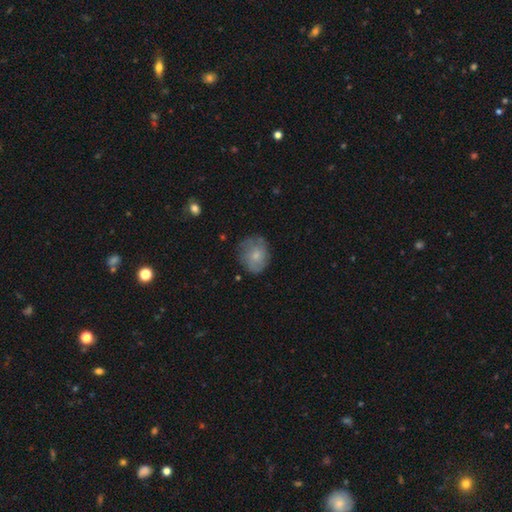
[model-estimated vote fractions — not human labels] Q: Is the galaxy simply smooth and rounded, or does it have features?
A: smooth — 65%.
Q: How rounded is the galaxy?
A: round — 60%.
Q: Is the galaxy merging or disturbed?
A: none — 63%.